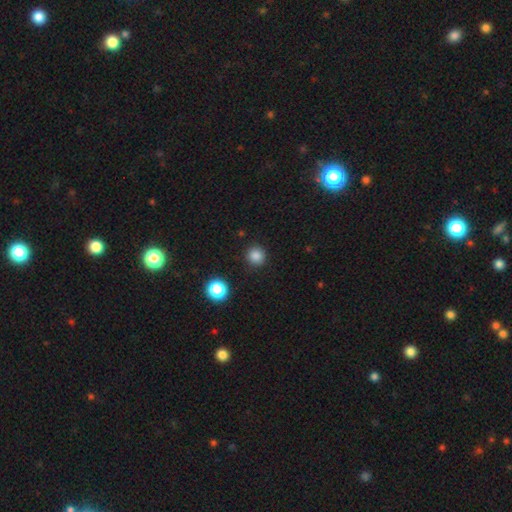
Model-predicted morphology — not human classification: A smooth galaxy with no disk features (84%) that is round (92%).

Vote fractions:
- Smooth or featured? smooth: 84% / star or artifact: 13% / featured or disk: 3%
- How rounded? round: 92% / in between: 7% / cigar-shaped: 1%
- Merging? none: 90% / minor disturbance: 6% / major disturbance: 2% / merger: 1%